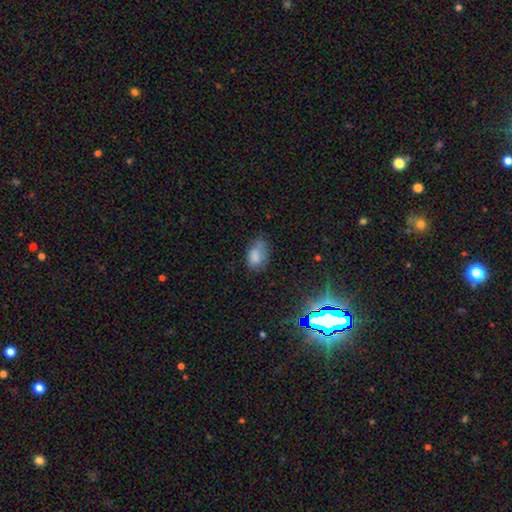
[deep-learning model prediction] Q: Smooth or featured?
A: smooth (78%); runner-up: star or artifact (12%)
Q: How rounded?
A: in between (85%); runner-up: round (14%)
Q: Merging?
A: none (50%); runner-up: minor disturbance (33%)